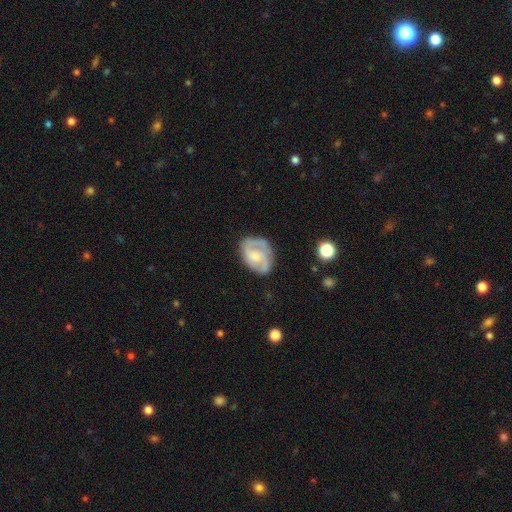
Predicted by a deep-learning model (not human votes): Overall: featured or disk (73%). Edge-on disk: no (97%). Bar: no (58%; weak 35%). Spiral arms: yes (90%). Spiral arm count: 2 (66%). Spiral winding: medium (46%; tight 36%). Bulge size: small (36%; moderate 32%). Merging: none (70%).